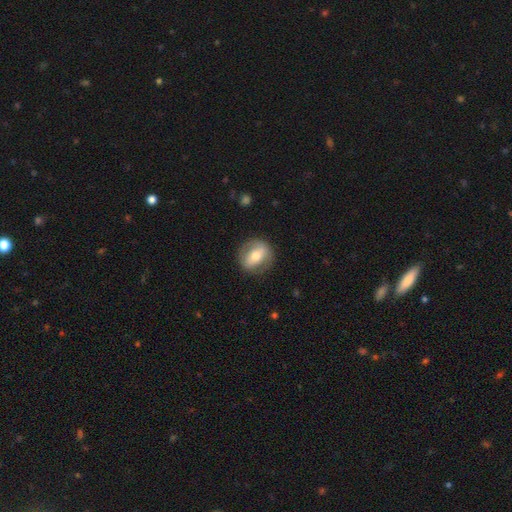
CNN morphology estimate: smooth_or_featured: smooth (p=0.48) [alt: featured or disk p=0.45]
merging: none (p=0.80) [alt: minor disturbance p=0.13]